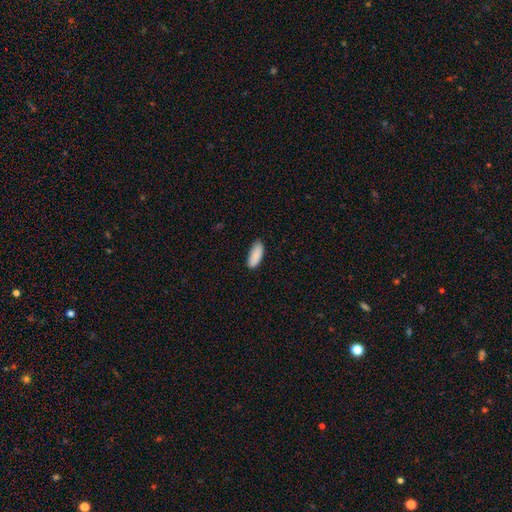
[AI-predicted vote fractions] Smooth or featured?
  - smooth: 90% *
  - star or artifact: 6%
  - featured or disk: 4%
How rounded?
  - in between: 80% *
  - cigar-shaped: 19%
  - round: 2%
Merging?
  - none: 81% *
  - minor disturbance: 16%
  - major disturbance: 2%
  - merger: 1%